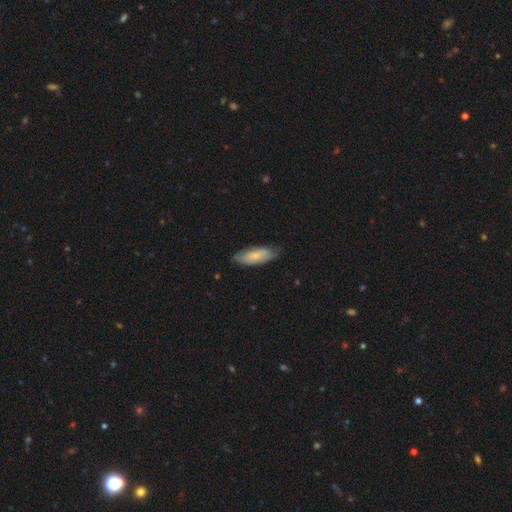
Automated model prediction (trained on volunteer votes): This is likely a smooth galaxy (70%). How rounded: likely in between (71%). Merging: likely none (65%).